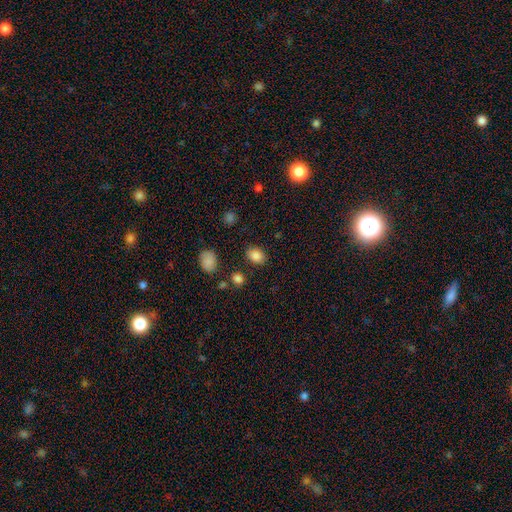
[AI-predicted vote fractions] This appears to be a smooth galaxy with no disk features (85%) that is in between round and cigar-shaped (66%). Merging: none (84%).